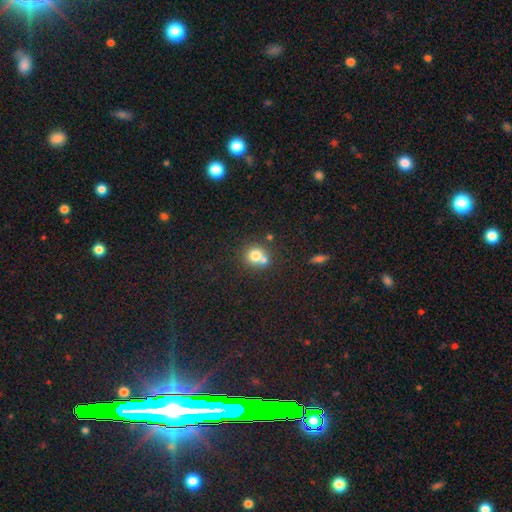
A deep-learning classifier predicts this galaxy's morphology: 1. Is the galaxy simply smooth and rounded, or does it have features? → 75% smooth, 13% featured or disk, 12% star or artifact.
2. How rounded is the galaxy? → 87% round, 13% in between, 1% cigar-shaped.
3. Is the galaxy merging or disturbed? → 47% none, 42% merger, 8% minor disturbance, 3% major disturbance.